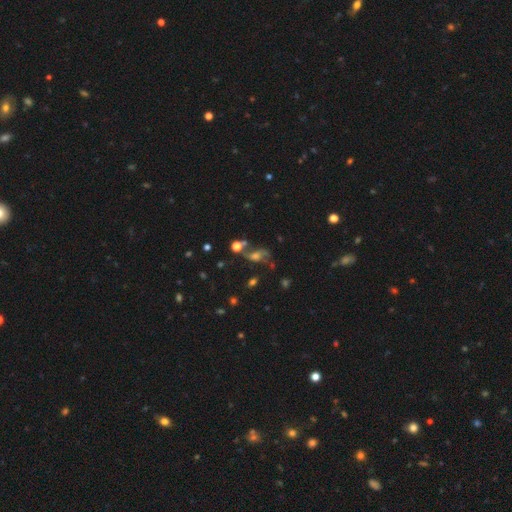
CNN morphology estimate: Overall: featured or disk (56%; smooth 25%). Edge-on disk: no (93%). Bar: no (56%; weak 34%). Spiral arms: yes (81%). Bulge size: moderate (46%; small 26%). Merging: none (47%; minor disturbance 19%).